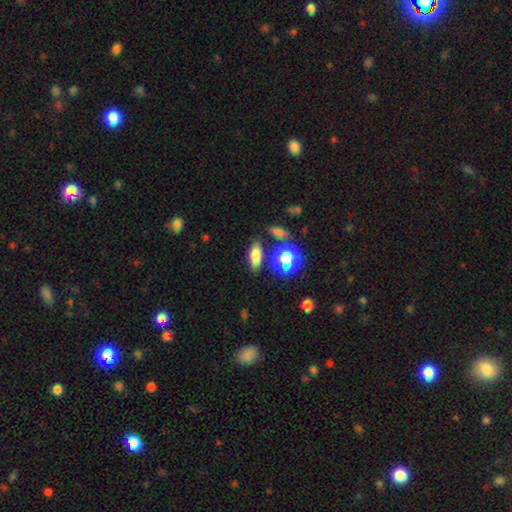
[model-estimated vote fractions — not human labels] A smooth galaxy with no disk features (75%) that is in between round and cigar-shaped (73%).

Vote fractions:
- Smooth or featured? smooth: 75% / star or artifact: 15% / featured or disk: 10%
- How rounded? in between: 73% / cigar-shaped: 15% / round: 13%
- Merging? none: 79% / minor disturbance: 11% / merger: 7% / major disturbance: 3%